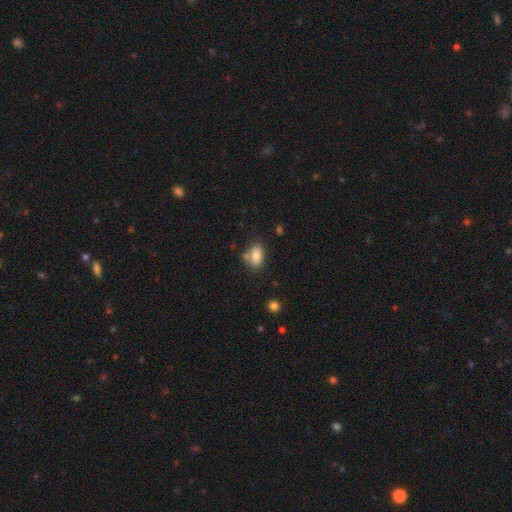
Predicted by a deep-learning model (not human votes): Smooth or featured: smooth — 84% (star or artifact — 9%)
How rounded: in between — 87% (round — 10%)
Merging: none — 65% (minor disturbance — 18%)